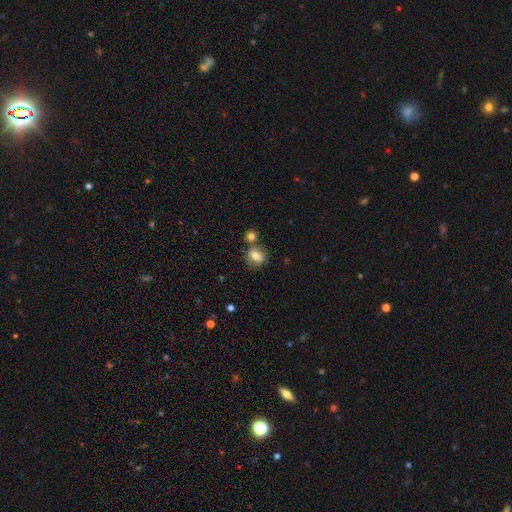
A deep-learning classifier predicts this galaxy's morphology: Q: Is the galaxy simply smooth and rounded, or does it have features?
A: smooth — 74%.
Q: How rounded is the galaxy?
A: round — 56%.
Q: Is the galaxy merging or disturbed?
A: none — 59%.